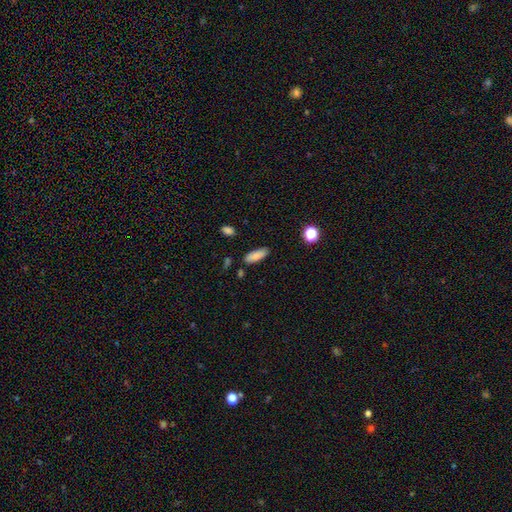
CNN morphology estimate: Q: Smooth or featured?
A: smooth (84%); runner-up: star or artifact (8%)
Q: How rounded?
A: in between (72%); runner-up: cigar-shaped (26%)
Q: Merging?
A: none (84%); runner-up: minor disturbance (11%)